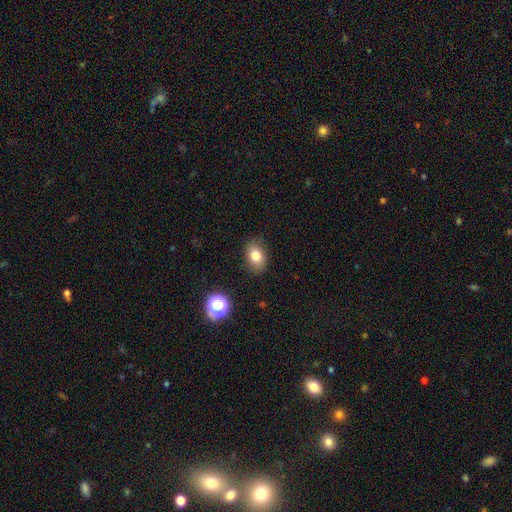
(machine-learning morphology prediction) type=smooth (79%); roundness=in between (71%); merging=none (85%).